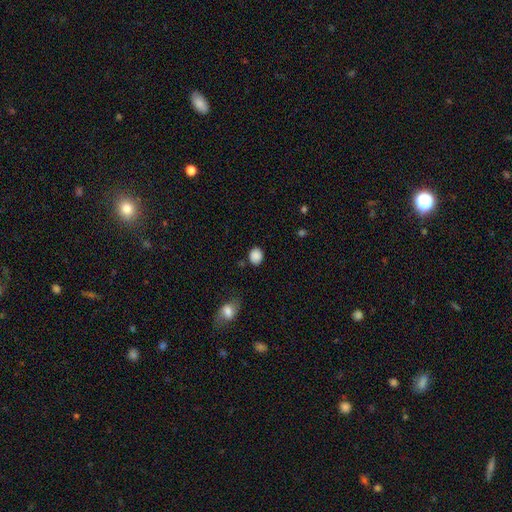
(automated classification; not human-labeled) Smooth or featured? smooth (88%)
How rounded? round (65%)
Merging? none (82%)